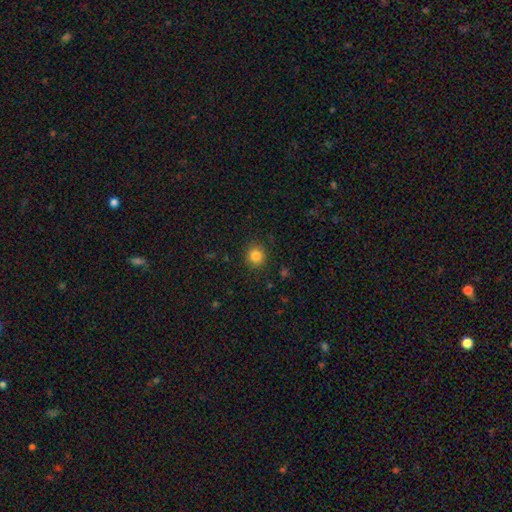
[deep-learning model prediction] The model was most divided on "smooth or featured": smooth: 84%, star or artifact: 11%, featured or disk: 5%. More confident: how rounded — round (90%); merging — none (90%).